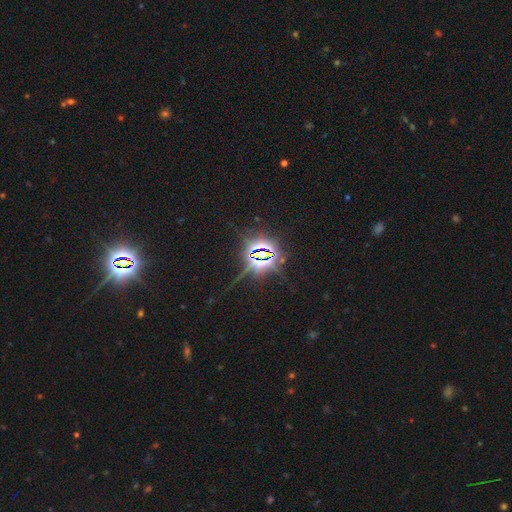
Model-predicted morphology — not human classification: Smooth or featured?
  - star or artifact: 84% *
  - featured or disk: 9%
  - smooth: 7%